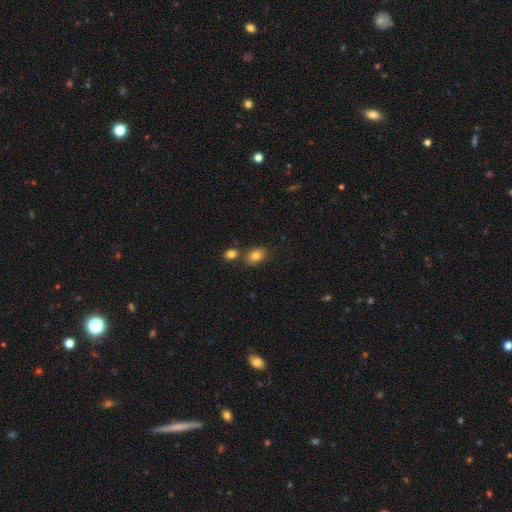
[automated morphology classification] A smooth galaxy with no disk features (82%) that is in between round and cigar-shaped (70%). Merging: none (68%).